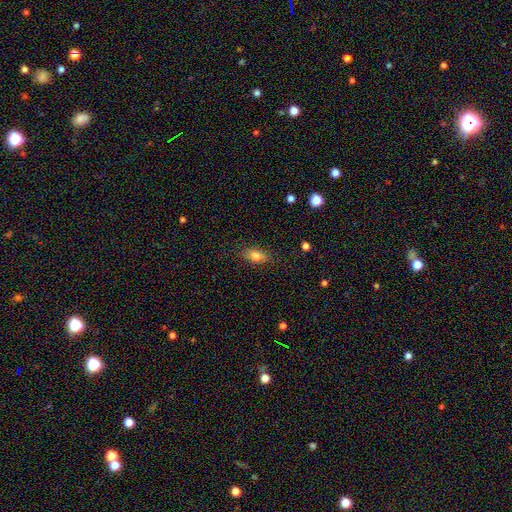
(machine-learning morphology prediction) Smooth or featured?
  - smooth: 77% *
  - featured or disk: 13%
  - star or artifact: 10%
How rounded?
  - in between: 80% *
  - round: 10%
  - cigar-shaped: 10%
Merging?
  - none: 84% *
  - minor disturbance: 12%
  - major disturbance: 3%
  - merger: 1%